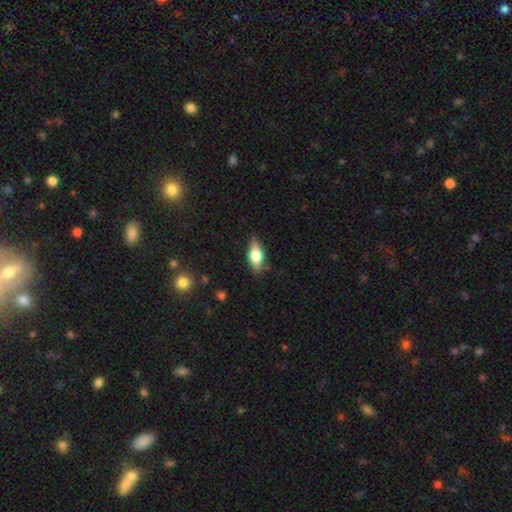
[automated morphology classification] Q: Smooth or featured?
A: smooth (54%); runner-up: featured or disk (38%)
Q: How rounded?
A: in between (69%); runner-up: cigar-shaped (27%)
Q: Merging?
A: none (83%); runner-up: minor disturbance (13%)